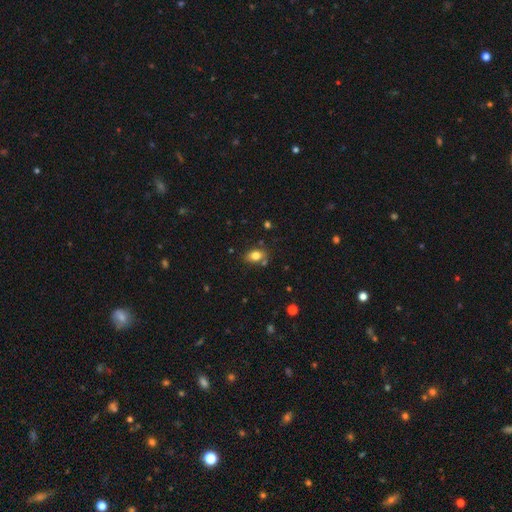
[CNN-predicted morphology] smooth-or-featured: smooth: 79% | star or artifact: 11% | featured or disk: 10%
  how-rounded: in between: 76% | round: 22% | cigar-shaped: 2%
  merging: none: 73% | minor disturbance: 15% | merger: 9% | major disturbance: 4%